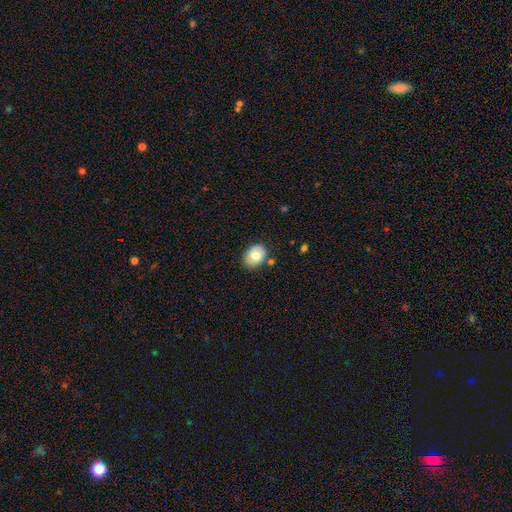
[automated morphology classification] The model was most divided on "how rounded": in between: 69%, round: 30%, cigar-shaped: 1%. More confident: merging — none (79%); smooth or featured — smooth (74%).